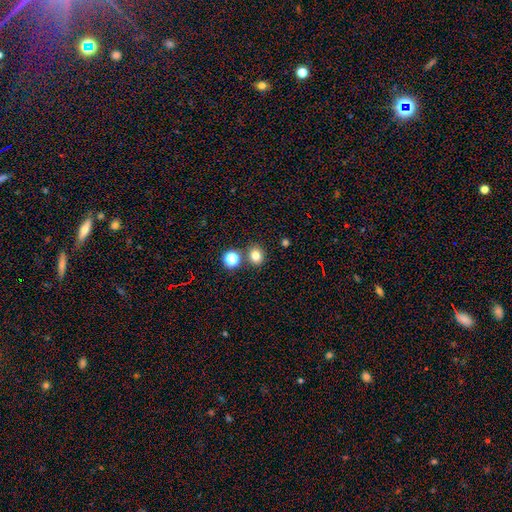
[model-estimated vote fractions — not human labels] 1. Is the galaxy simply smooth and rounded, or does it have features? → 78% smooth, 16% star or artifact, 6% featured or disk.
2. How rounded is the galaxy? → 74% round, 26% in between, 1% cigar-shaped.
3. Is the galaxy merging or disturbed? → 80% none, 10% merger, 8% minor disturbance, 3% major disturbance.